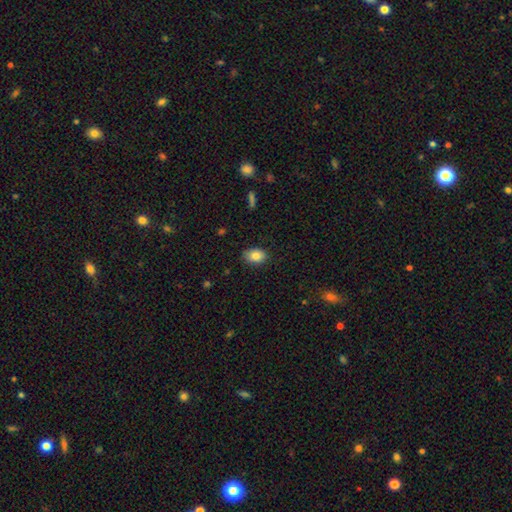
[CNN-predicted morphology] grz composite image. It shows a smooth galaxy with no disk features (84%) that is in between round and cigar-shaped (79%). Merging: none (83%).